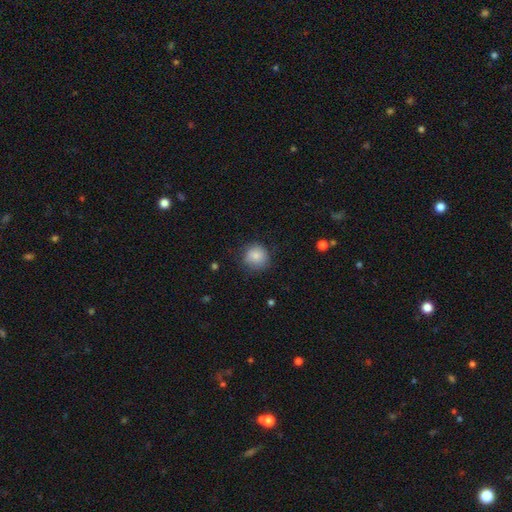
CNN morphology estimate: smooth 85%, star or artifact 9%, featured or disk 6%. Down the decision tree: how rounded — round (89%); merging — none (78%).